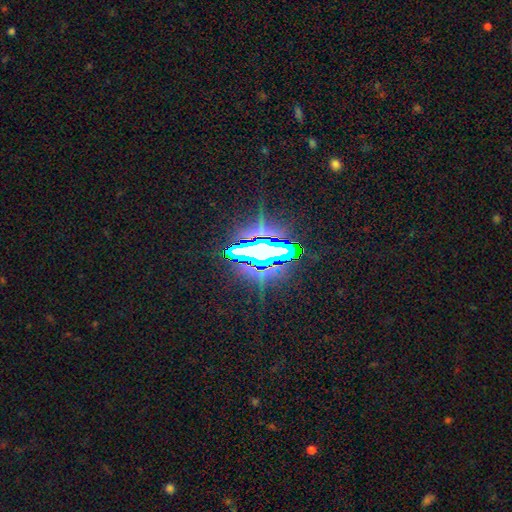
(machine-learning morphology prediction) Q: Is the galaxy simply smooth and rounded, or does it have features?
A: star or artifact — 77%.